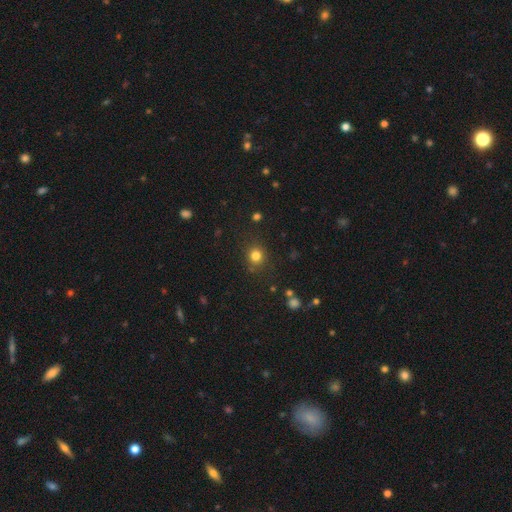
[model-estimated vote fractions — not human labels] This is clearly a smooth galaxy (80%). How rounded: clearly round (87%). Merging: clearly none (85%).